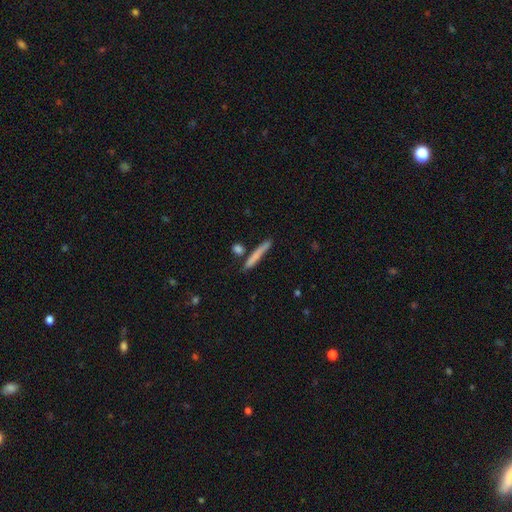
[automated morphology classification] This appears to be a smooth galaxy with no disk features (70%) that is cigar-shaped (94%). Merging: none (78%).